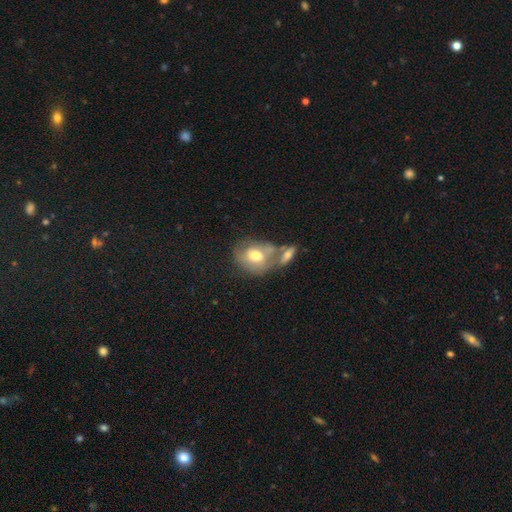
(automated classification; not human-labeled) A smooth galaxy with no disk features (62%) that is round (53%).

Vote fractions:
- Smooth or featured? smooth: 62% / featured or disk: 30% / star or artifact: 8%
- How rounded? round: 53% / in between: 45% / cigar-shaped: 2%
- Merging? merger: 41% / none: 37% / minor disturbance: 15% / major disturbance: 8%